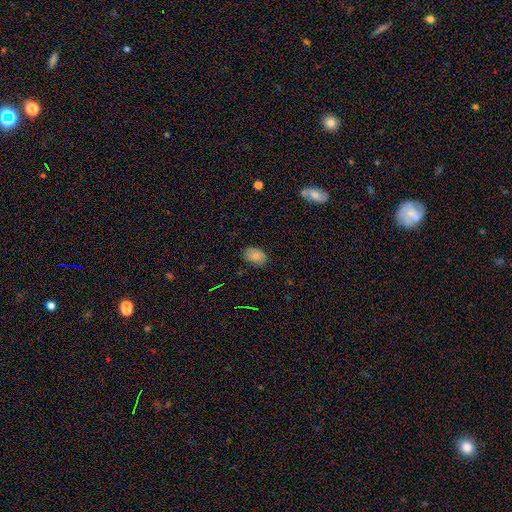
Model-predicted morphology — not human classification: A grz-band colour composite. It shows a smooth galaxy with no disk features (76%) that is in between round and cigar-shaped (81%). Merging: none (74%).